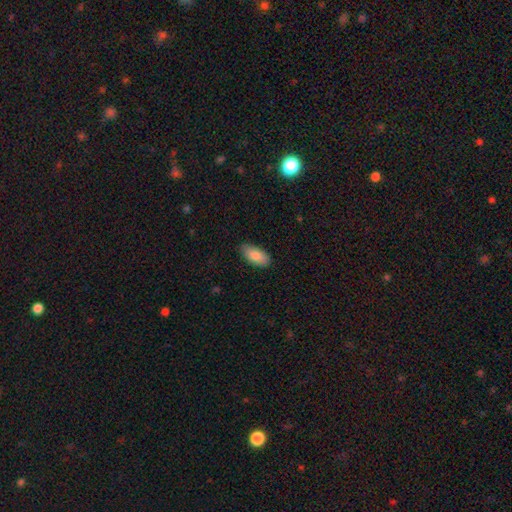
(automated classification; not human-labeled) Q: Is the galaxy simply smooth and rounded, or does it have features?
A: smooth — 86%.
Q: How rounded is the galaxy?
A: in between — 91%.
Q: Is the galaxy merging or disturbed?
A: none — 84%.